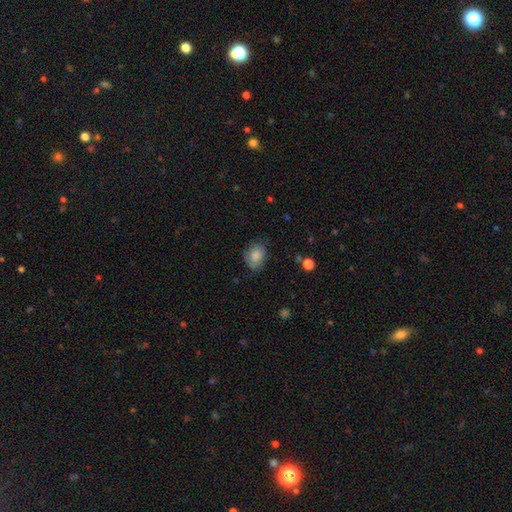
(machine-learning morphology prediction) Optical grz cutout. It shows a smooth galaxy with no disk features (83%) that is in between round and cigar-shaped (66%). Merging: none (70%).